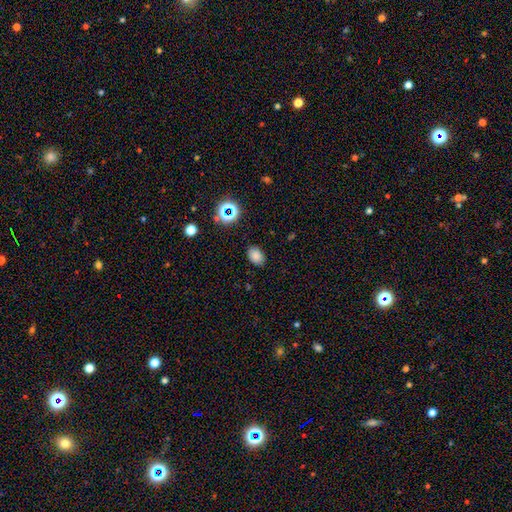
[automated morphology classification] A smooth galaxy with no disk features (80%) that is in between round and cigar-shaped (80%). Merging: none (85%).